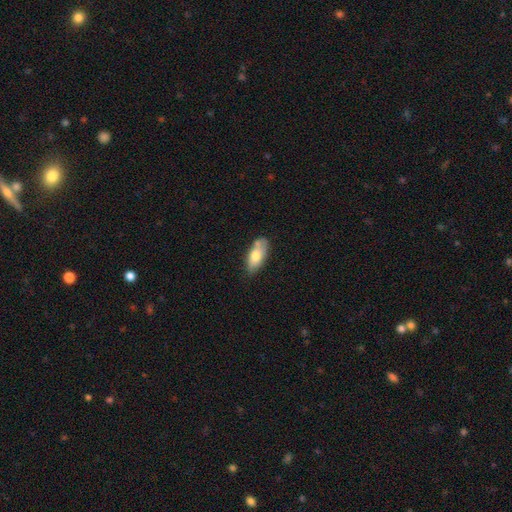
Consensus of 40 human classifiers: Morphology: type=smooth (72%); roundness=in between (86%); merging=none (46%).